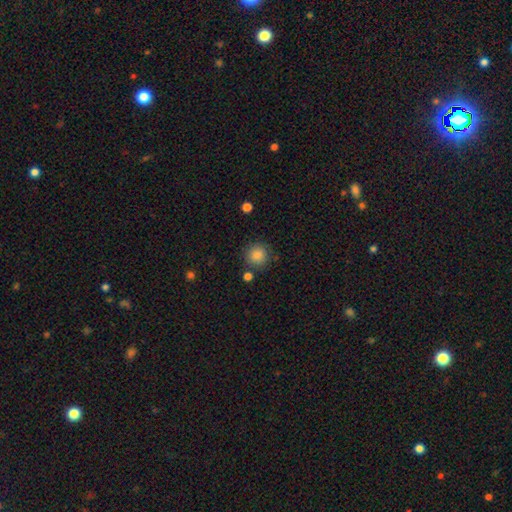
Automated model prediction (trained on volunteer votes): Morphology: type=smooth (85%); roundness=round (93%); merging=none (84%).